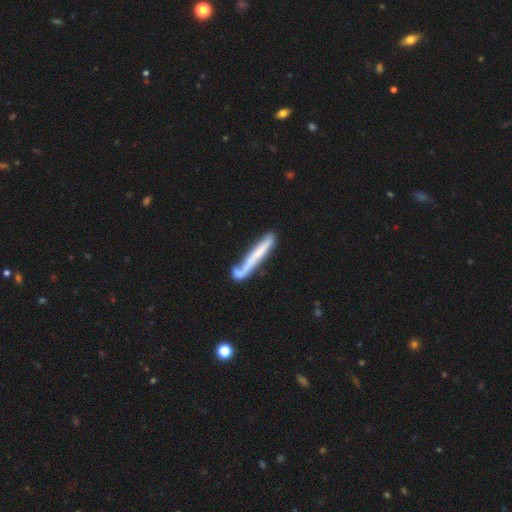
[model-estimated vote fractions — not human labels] Overall: featured or disk (48%; smooth 46%). Merging: none (50%; minor disturbance 22%).